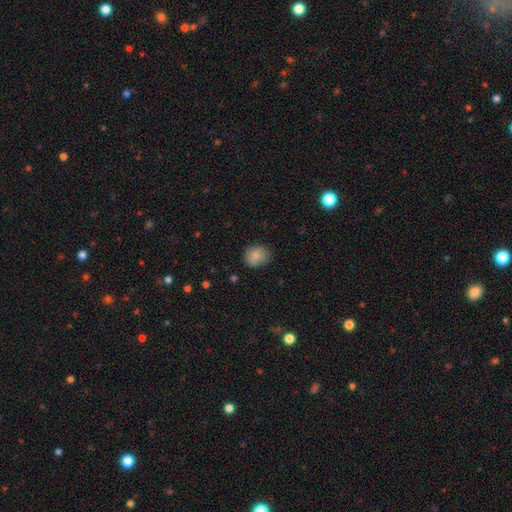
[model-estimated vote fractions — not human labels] Smooth or featured? Predicted: smooth (p=0.84). How rounded? Predicted: round (p=0.65). Merging? Predicted: none (p=0.76).